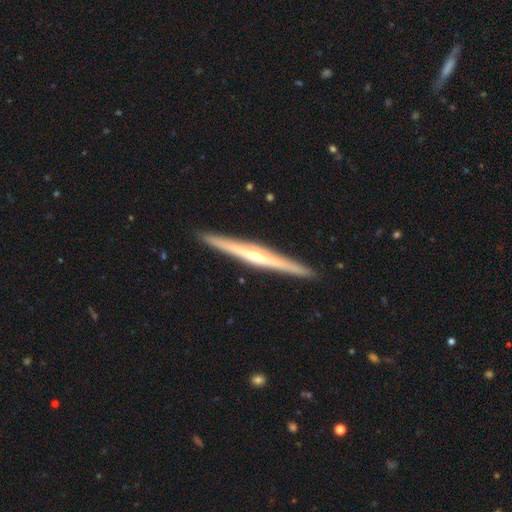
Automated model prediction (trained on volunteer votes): This appears to be a featured or disk galaxy (79%) viewed edge-on (98%) with a rounded central bulge (76%). Merging: none (93%).